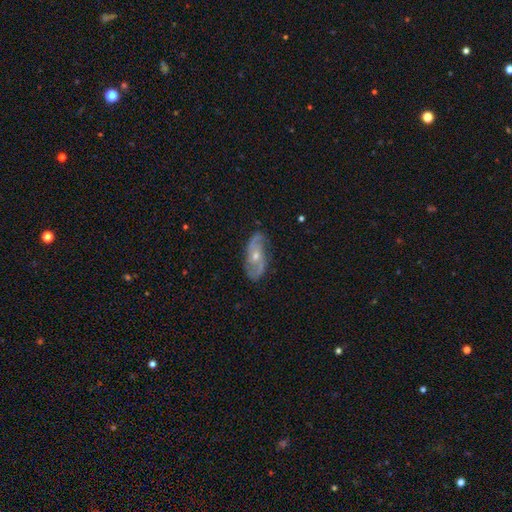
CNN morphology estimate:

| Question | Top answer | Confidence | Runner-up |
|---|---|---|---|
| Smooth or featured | featured or disk | 82% | smooth (11%) |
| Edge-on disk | no | 93% | yes (7%) |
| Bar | no | 63% | weak (30%) |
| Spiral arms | yes | 93% | no (7%) |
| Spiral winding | medium | 45% | loose (31%) |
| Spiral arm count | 2 | 84% | can't tell (8%) |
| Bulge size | small | 49% | moderate (48%) |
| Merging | none | 80% | minor disturbance (15%) |